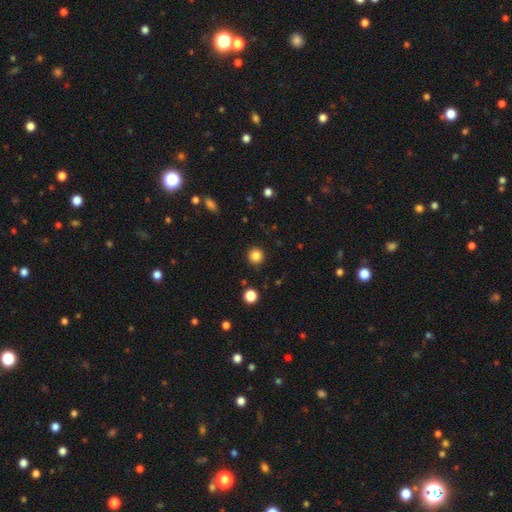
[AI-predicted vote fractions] Overall: smooth (84%). How rounded: round (95%). Merging: none (91%).